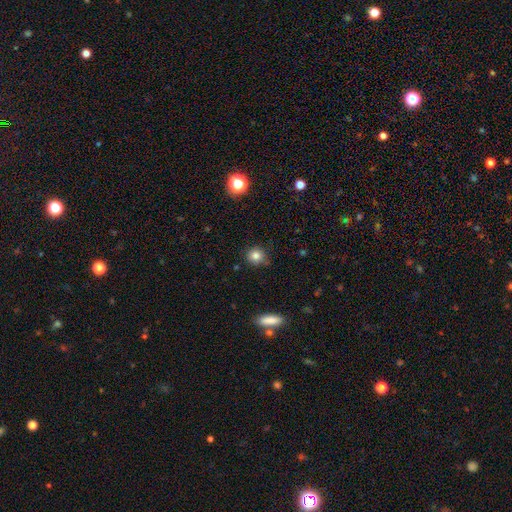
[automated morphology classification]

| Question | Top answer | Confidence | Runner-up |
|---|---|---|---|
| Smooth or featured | smooth | 82% | star or artifact (12%) |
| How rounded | round | 88% | in between (10%) |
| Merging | none | 81% | minor disturbance (14%) |